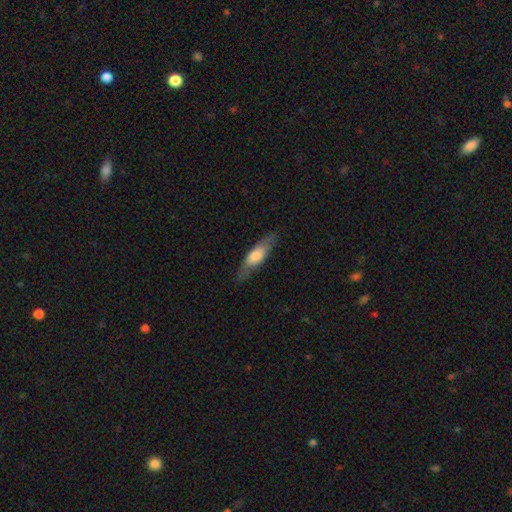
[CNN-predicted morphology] Smooth or featured? smooth (61%)
How rounded? cigar-shaped (60%)
Merging? none (80%)